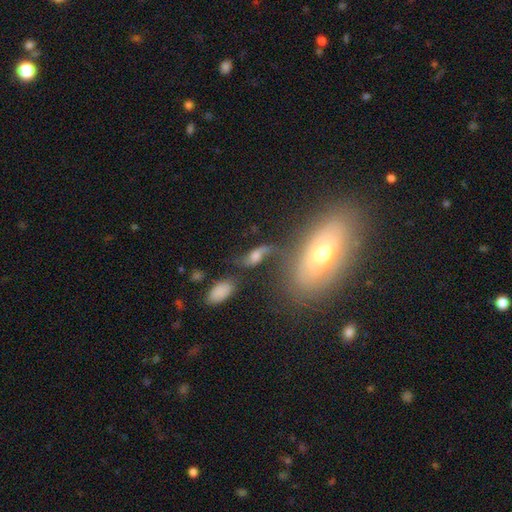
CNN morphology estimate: This is possibly a featured or disk galaxy (50%). Merging: marginally none (40%).